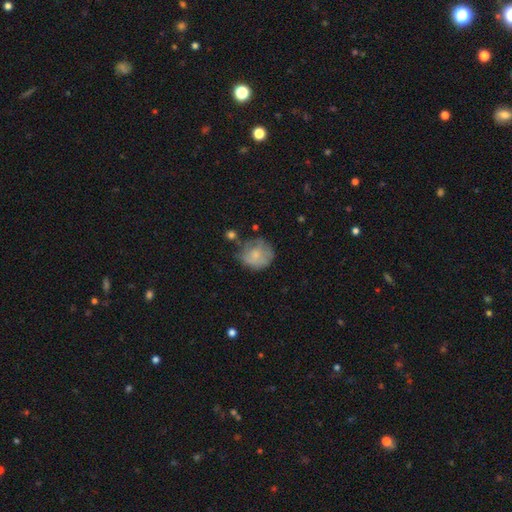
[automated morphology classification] smooth 63%, featured or disk 29%, star or artifact 8%. Down the decision tree: how rounded — round (80%); merging — none (50%).